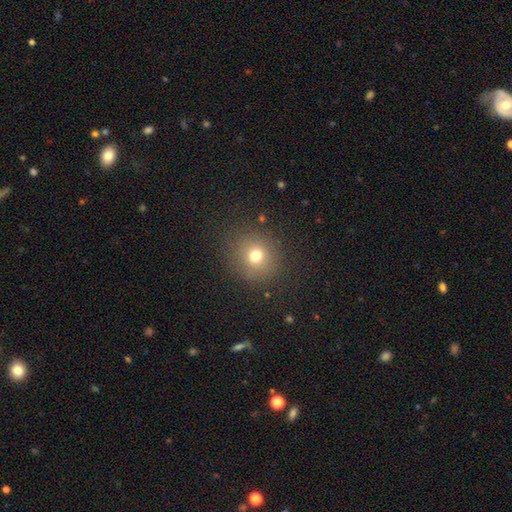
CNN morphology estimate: Overall: smooth (73%). How rounded: round (87%). Merging: none (86%).